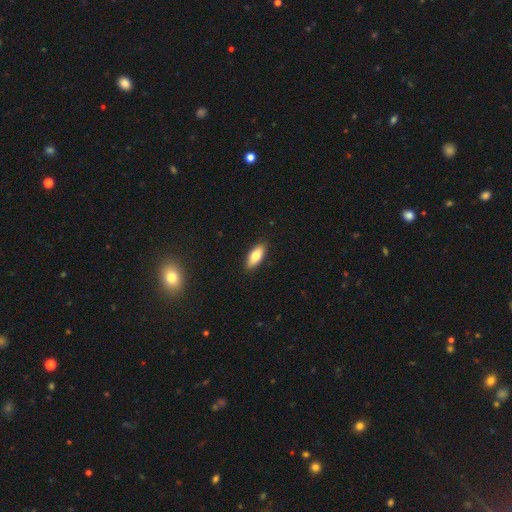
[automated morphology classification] This appears to be a smooth galaxy with no disk features (74%) that is in between round and cigar-shaped (81%). Merging: none (89%).